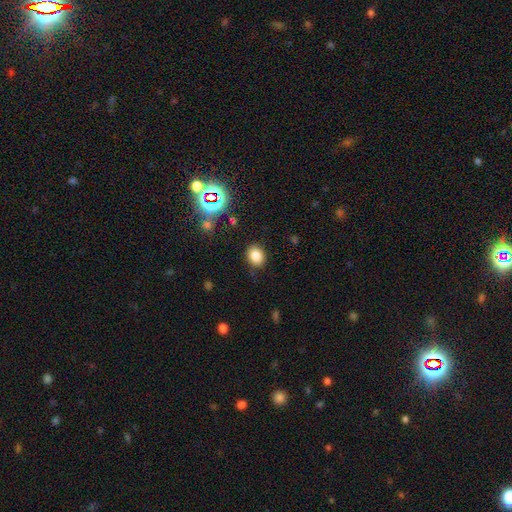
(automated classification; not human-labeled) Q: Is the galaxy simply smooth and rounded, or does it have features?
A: smooth — 80%.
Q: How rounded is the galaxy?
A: round — 53%.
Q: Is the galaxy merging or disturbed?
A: none — 83%.